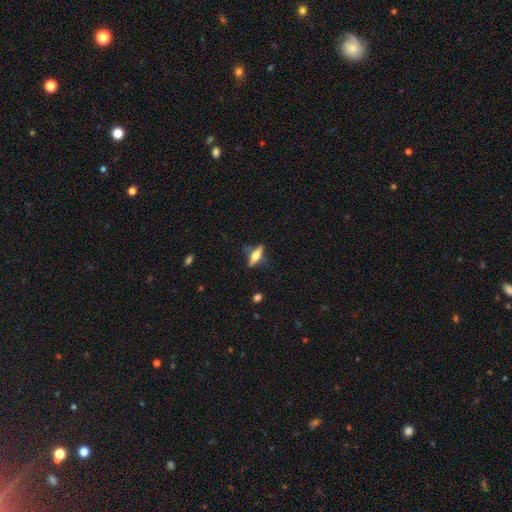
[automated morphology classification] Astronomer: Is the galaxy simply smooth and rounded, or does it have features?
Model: featured or disk — 57% (runner-up: smooth, 36%).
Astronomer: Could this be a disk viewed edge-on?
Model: yes — 94%.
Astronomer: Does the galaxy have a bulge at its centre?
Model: rounded — 93%.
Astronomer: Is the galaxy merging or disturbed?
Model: none — 76%.